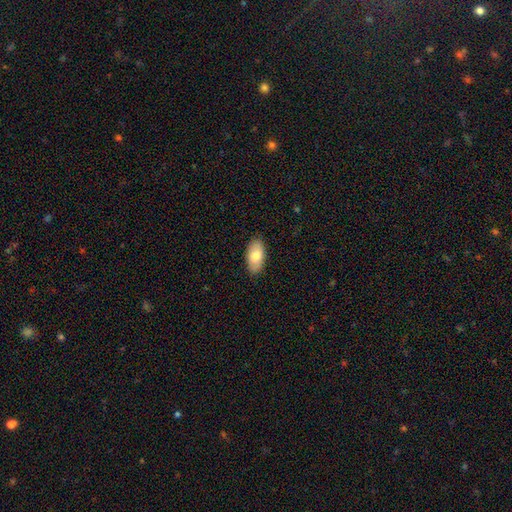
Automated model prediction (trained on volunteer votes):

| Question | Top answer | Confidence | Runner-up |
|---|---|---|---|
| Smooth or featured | smooth | 79% | featured or disk (15%) |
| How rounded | in between | 94% | cigar-shaped (3%) |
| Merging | none | 88% | minor disturbance (9%) |